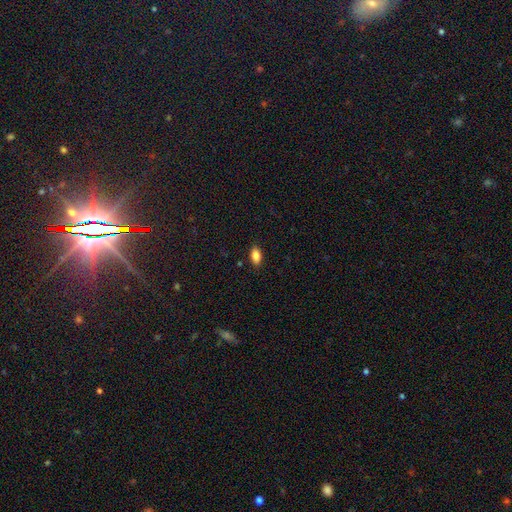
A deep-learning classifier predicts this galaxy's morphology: type=smooth (86%); roundness=in between (91%); merging=none (88%).